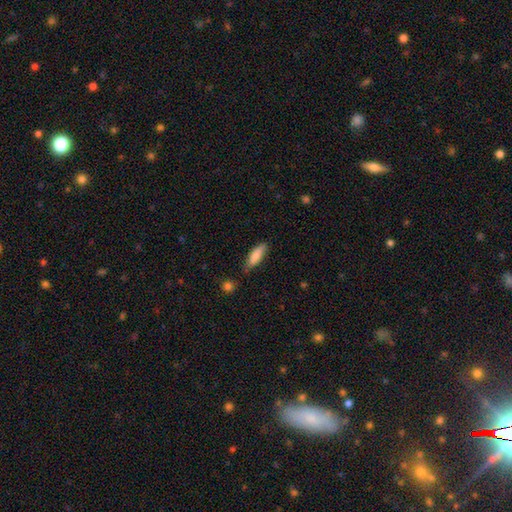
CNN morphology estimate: Overall: smooth (81%). How rounded: cigar-shaped (50%; in between 48%). Merging: none (73%).